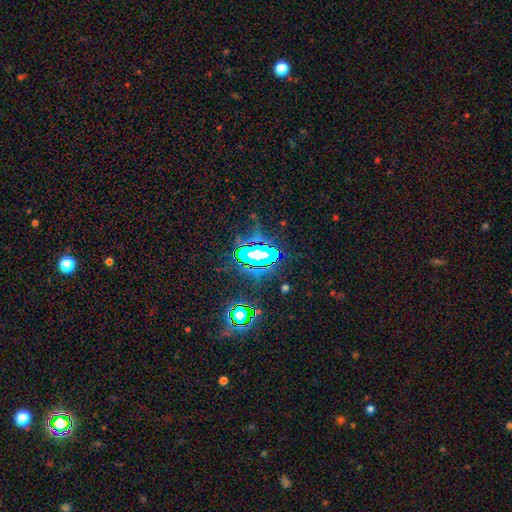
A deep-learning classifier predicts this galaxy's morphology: Smooth or featured? star or artifact (68%)